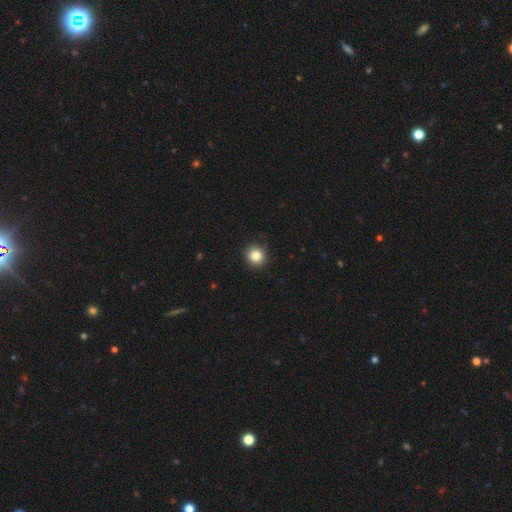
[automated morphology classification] A smooth galaxy with no disk features (84%) that is round (91%). Merging: none (87%).